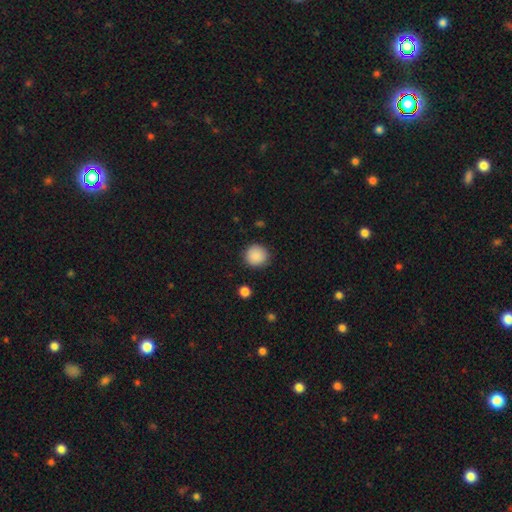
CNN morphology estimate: This appears to be a smooth galaxy with no disk features (88%) that is round (93%). Merging: none (90%).